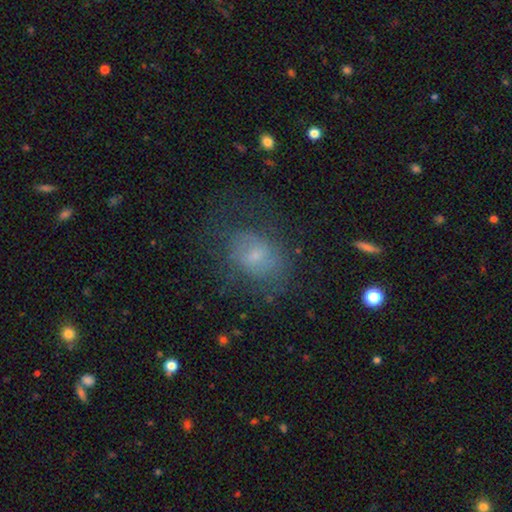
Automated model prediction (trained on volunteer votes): Overall: smooth (52%; featured or disk 36%). How rounded: in between (65%; round 33%). Merging: none (51%; major disturbance 25%).